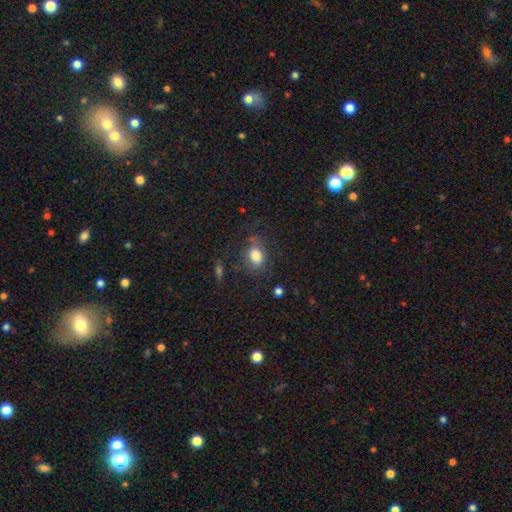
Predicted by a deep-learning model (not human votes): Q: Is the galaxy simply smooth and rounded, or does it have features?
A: smooth — 76%.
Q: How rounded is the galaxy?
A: in between — 71%.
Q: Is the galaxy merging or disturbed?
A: none — 64%.